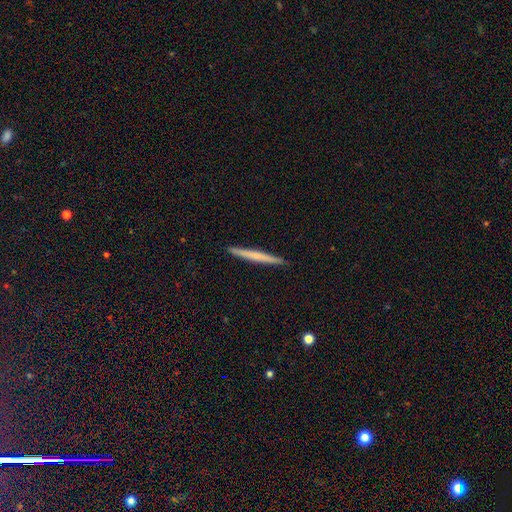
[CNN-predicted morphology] Q: Smooth or featured?
A: smooth (53%); runner-up: featured or disk (41%)
Q: How rounded?
A: cigar-shaped (97%); runner-up: in between (2%)
Q: Merging?
A: none (92%); runner-up: minor disturbance (5%)